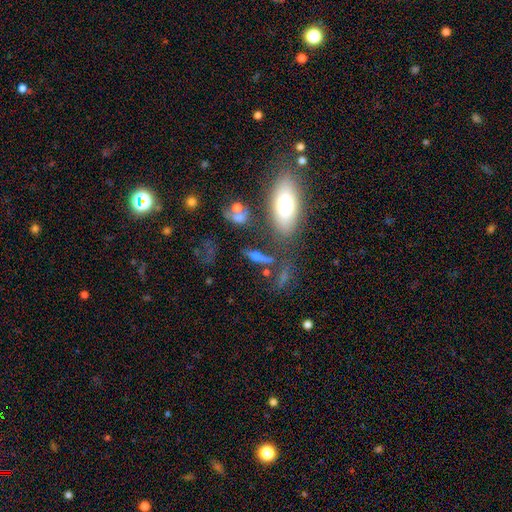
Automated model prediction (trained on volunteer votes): This is possibly a featured or disk galaxy (50%). Merging: likely none (60%).